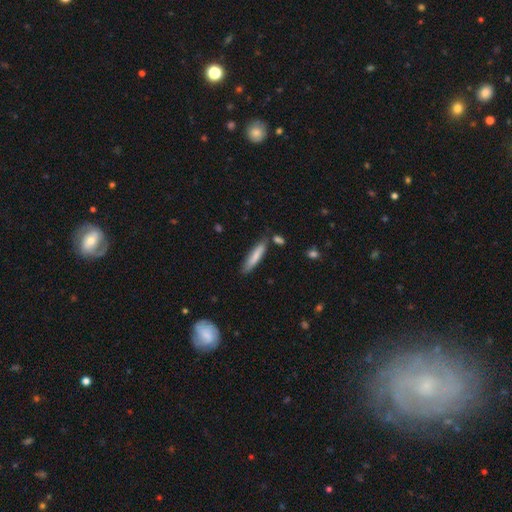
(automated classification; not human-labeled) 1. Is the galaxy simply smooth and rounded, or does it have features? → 76% smooth, 18% featured or disk, 6% star or artifact.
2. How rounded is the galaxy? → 85% cigar-shaped, 14% in between, 1% round.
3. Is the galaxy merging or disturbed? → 76% none, 15% minor disturbance, 6% merger, 3% major disturbance.